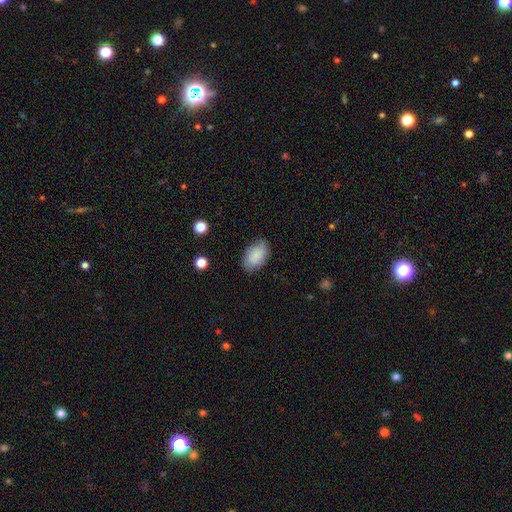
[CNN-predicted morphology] Smooth or featured? smooth (88%)
How rounded? in between (93%)
Merging? none (84%)